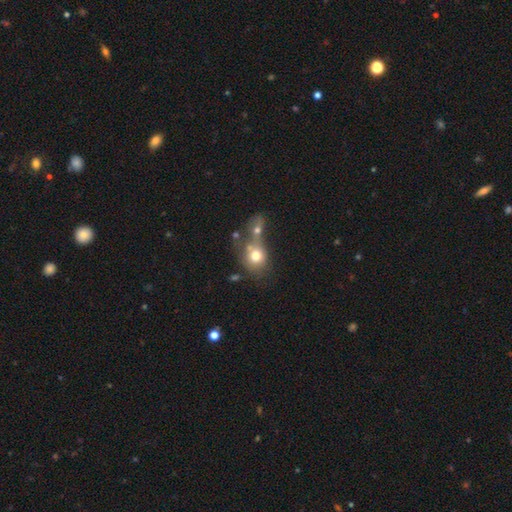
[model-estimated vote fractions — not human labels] smooth_or_featured: smooth (p=0.72) [alt: featured or disk p=0.17]
how_rounded: round (p=0.67) [alt: in between p=0.32]
merging: merger (p=0.54) [alt: none p=0.28]